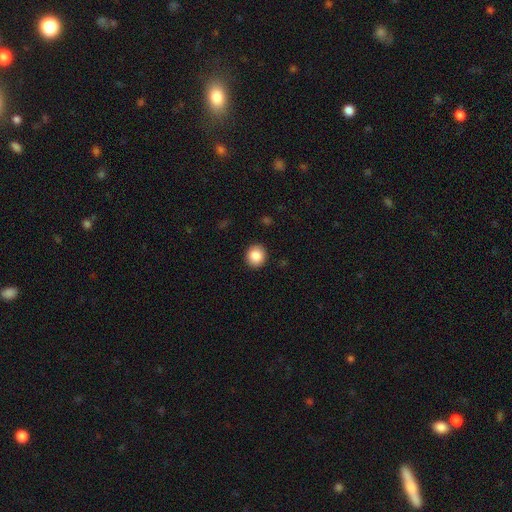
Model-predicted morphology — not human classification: This appears to be a smooth galaxy with no disk features (87%) that is round (89%). Merging: none (91%).